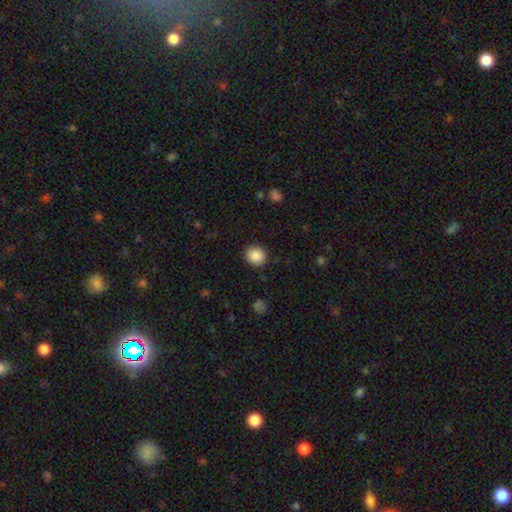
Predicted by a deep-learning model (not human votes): smooth-or-featured: smooth: 88% | star or artifact: 9% | featured or disk: 3%
  how-rounded: round: 85% | in between: 14% | cigar-shaped: 1%
  merging: none: 89% | minor disturbance: 7% | major disturbance: 2% | merger: 1%